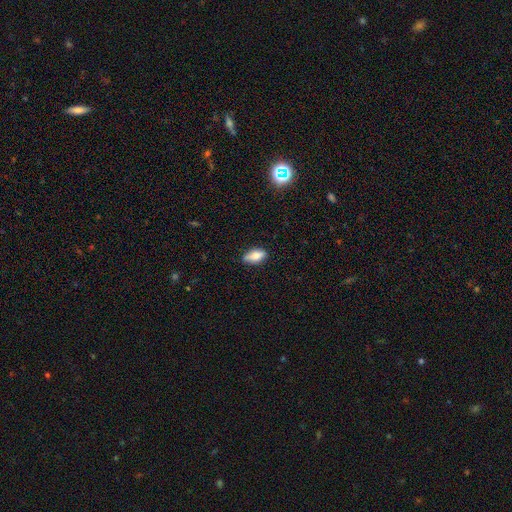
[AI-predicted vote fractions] A smooth galaxy with no disk features (77%) that is in between round and cigar-shaped (86%). Merging: none (75%).